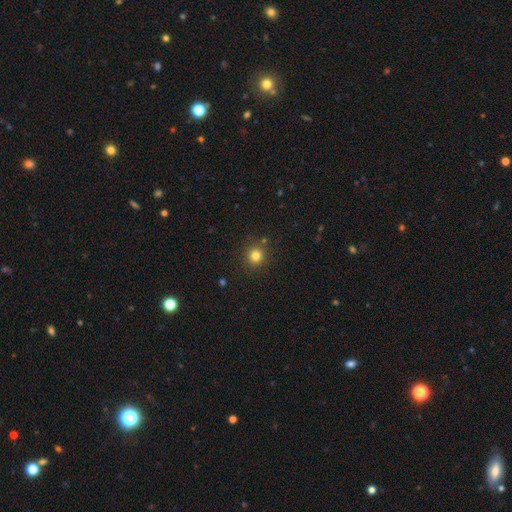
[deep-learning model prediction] This is clearly a smooth galaxy (80%). How rounded: clearly round (93%). Merging: clearly none (88%).